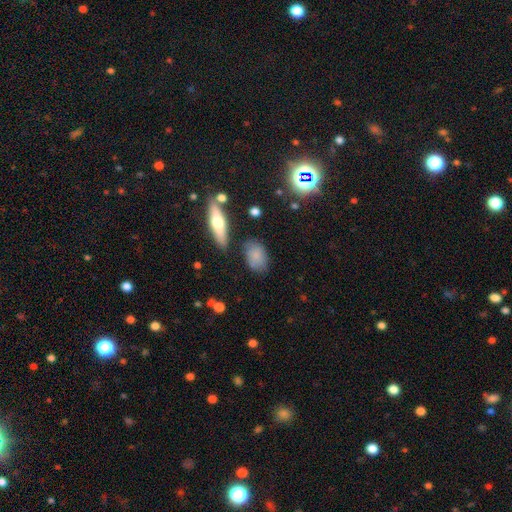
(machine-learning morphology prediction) Q: Smooth or featured?
A: smooth (79%); runner-up: featured or disk (12%)
Q: How rounded?
A: in between (83%); runner-up: round (13%)
Q: Merging?
A: none (71%); runner-up: minor disturbance (19%)